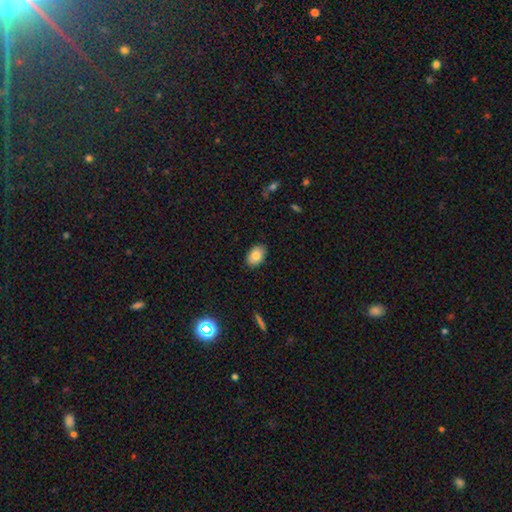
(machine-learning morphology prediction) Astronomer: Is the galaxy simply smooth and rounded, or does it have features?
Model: smooth — 85%.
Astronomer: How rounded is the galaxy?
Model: in between — 87%.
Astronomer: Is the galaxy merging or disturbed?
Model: none — 87%.